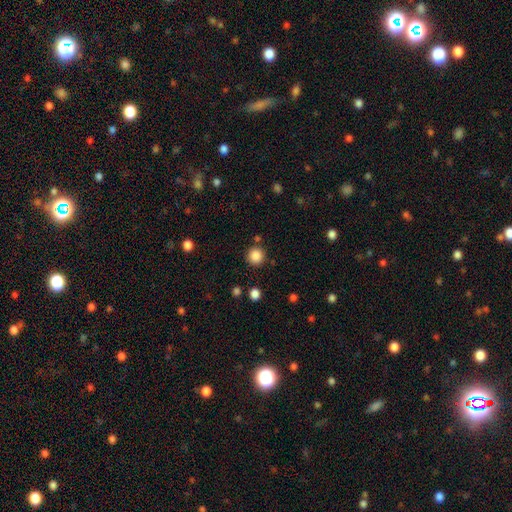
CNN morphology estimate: type=smooth (87%); roundness=round (94%); merging=none (87%).